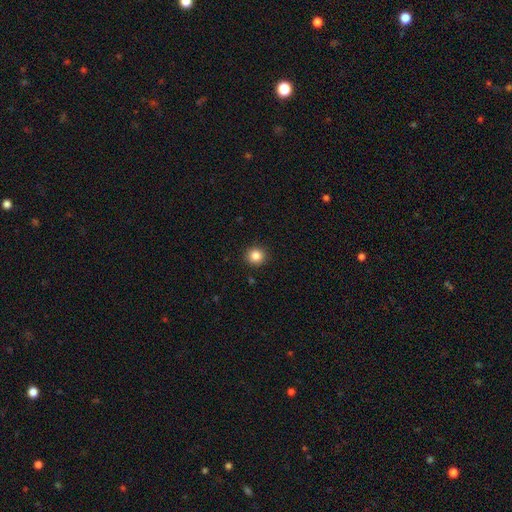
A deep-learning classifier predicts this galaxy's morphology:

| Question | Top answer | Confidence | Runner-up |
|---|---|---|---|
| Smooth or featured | smooth | 84% | star or artifact (11%) |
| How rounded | round | 92% | in between (7%) |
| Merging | none | 92% | minor disturbance (6%) |